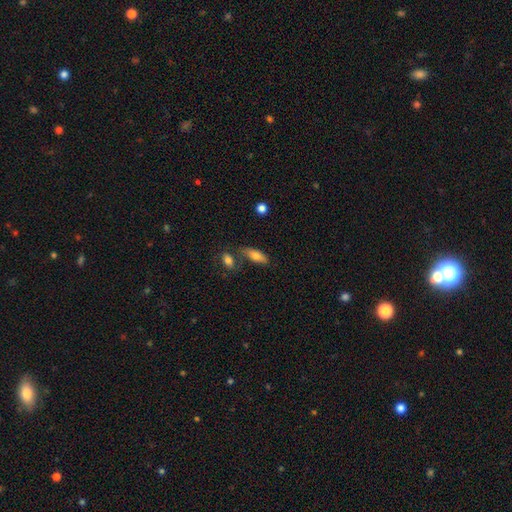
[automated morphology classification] smooth 77%, featured or disk 15%, star or artifact 7%. Down the decision tree: how rounded — in between (75%); merging — none (60%).